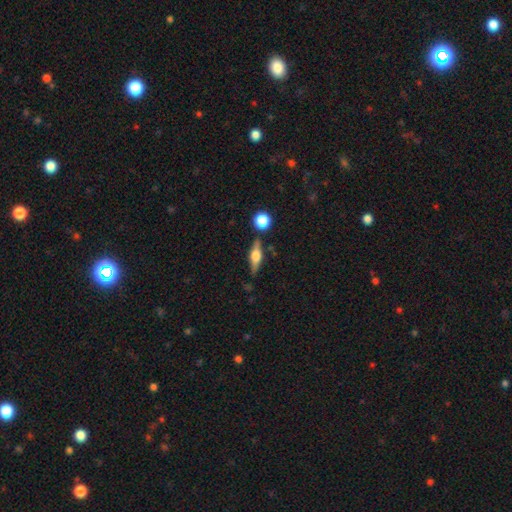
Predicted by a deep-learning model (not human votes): This appears to be a featured or disk galaxy (58%) viewed edge-on (93%) with a rounded central bulge (91%). Merging: none (79%).